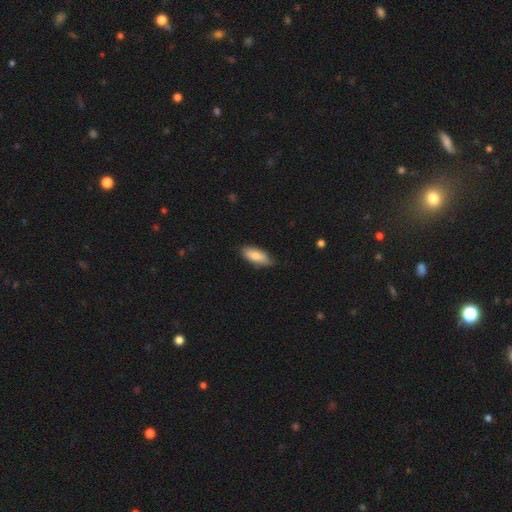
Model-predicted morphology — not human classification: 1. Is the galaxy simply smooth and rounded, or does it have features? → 80% smooth, 14% featured or disk, 6% star or artifact.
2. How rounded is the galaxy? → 78% in between, 20% cigar-shaped, 2% round.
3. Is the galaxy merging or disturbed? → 79% none, 18% minor disturbance, 2% major disturbance, 1% merger.